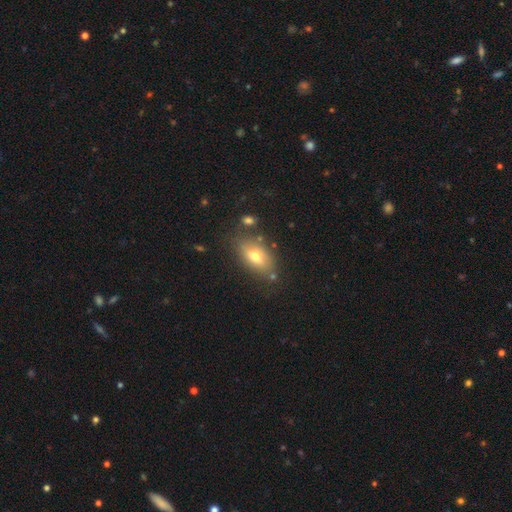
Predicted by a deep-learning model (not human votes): Smooth or featured: smooth — 70% (featured or disk — 21%)
How rounded: in between — 88% (cigar-shaped — 6%)
Merging: none — 76% (minor disturbance — 14%)